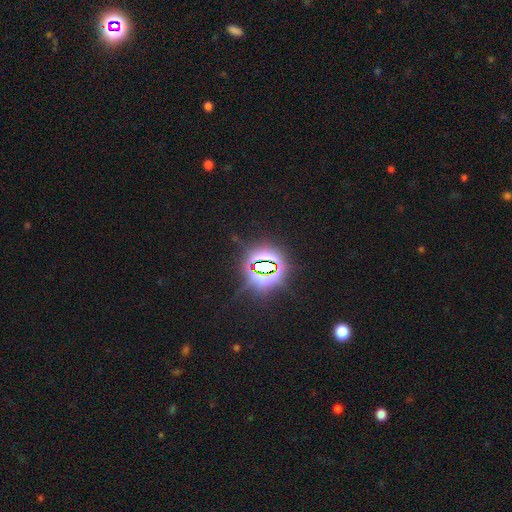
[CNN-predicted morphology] The model was most divided on "smooth or featured": star or artifact: 84%, smooth: 10%, featured or disk: 6%.